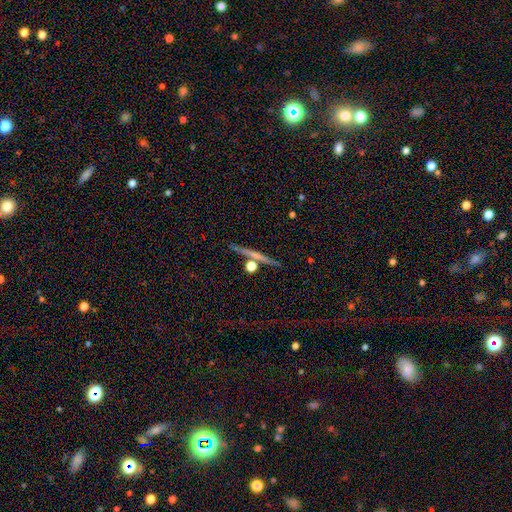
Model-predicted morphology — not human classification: Smooth or featured?
  - featured or disk: 62% *
  - smooth: 26%
  - star or artifact: 12%
Edge-on disk?
  - yes: 96% *
  - no: 4%
Edge-on bulge?
  - none: 51% *
  - rounded: 41%
  - boxy: 8%
Merging?
  - none: 86% *
  - minor disturbance: 7%
  - merger: 5%
  - major disturbance: 2%